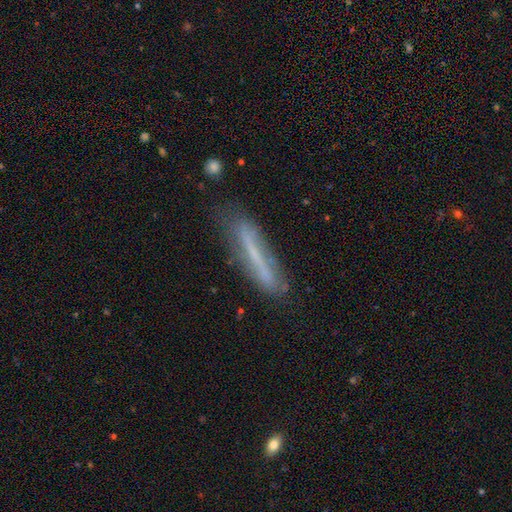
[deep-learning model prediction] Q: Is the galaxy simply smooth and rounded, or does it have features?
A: featured or disk — 46%.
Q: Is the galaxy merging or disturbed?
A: none — 69%.